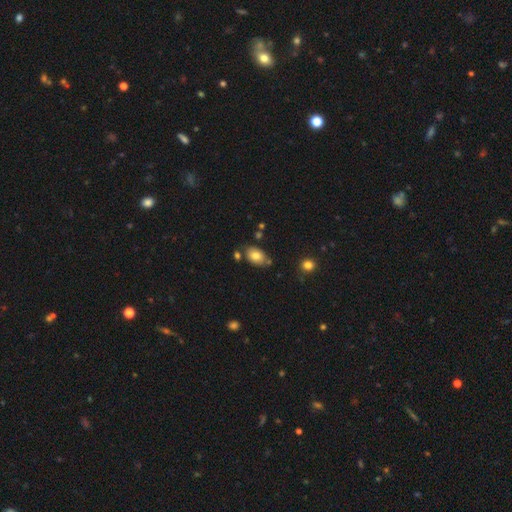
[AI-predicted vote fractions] smooth_or_featured: smooth (p=0.80) [alt: featured or disk p=0.12]
how_rounded: in between (p=0.87) [alt: round p=0.12]
merging: none (p=0.70) [alt: minor disturbance p=0.17]